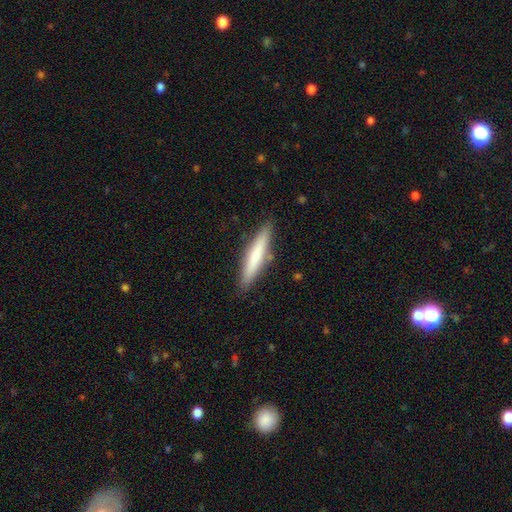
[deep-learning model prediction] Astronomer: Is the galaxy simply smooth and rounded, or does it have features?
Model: smooth — 67%.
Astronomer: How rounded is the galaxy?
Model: cigar-shaped — 90%.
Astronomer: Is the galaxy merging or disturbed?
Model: none — 87%.